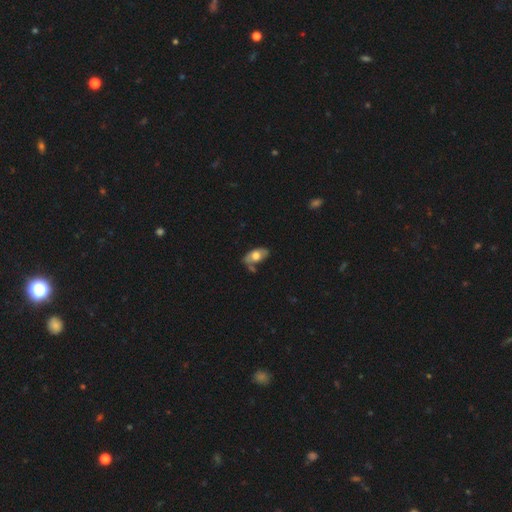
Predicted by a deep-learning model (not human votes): This appears to be a smooth galaxy with no disk features (57%) that is in between round and cigar-shaped (91%). Merging: none (45%).